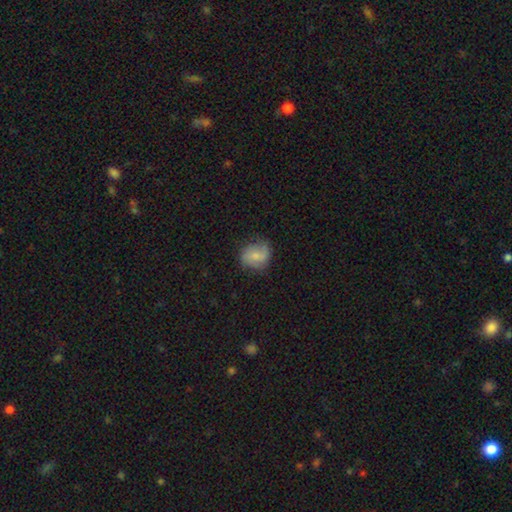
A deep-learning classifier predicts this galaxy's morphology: type=smooth (63%); roundness=round (69%); merging=none (70%).